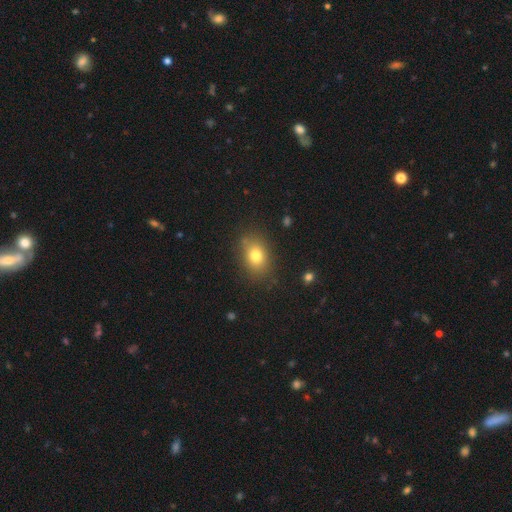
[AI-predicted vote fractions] Morphology: type=smooth (77%); roundness=in between (69%); merging=none (80%).